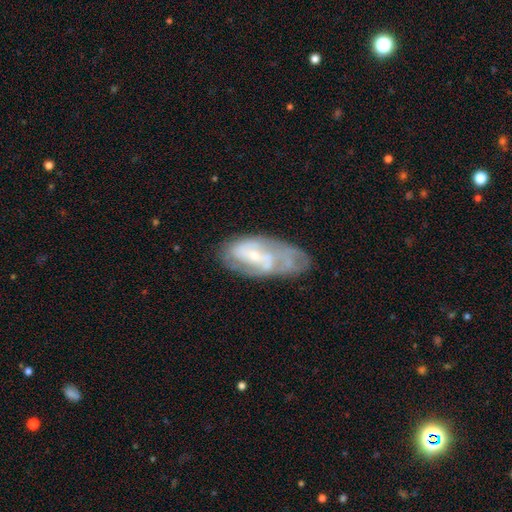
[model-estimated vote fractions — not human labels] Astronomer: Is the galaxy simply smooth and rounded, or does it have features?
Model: featured or disk — 70%.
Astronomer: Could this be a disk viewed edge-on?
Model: no — 94%.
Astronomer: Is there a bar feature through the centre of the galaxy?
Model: no — 48% (runner-up: weak, 37%).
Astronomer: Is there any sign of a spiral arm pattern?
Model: yes — 71%.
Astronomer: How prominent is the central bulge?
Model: small — 66%.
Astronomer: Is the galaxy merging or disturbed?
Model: none — 48% (runner-up: minor disturbance, 27%).